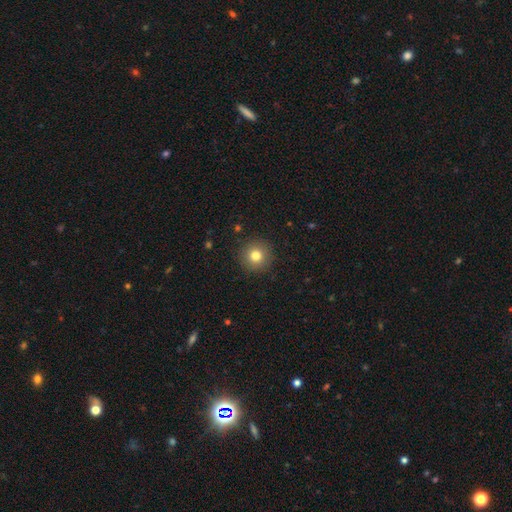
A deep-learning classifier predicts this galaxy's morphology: type=smooth (79%); roundness=round (95%); merging=none (91%).